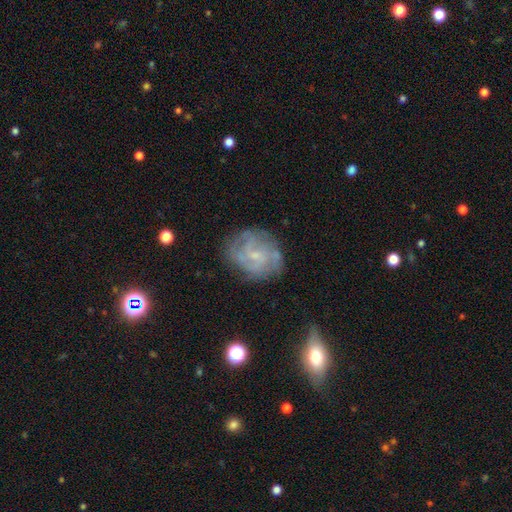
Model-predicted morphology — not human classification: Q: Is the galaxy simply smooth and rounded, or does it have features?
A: featured or disk — 74%.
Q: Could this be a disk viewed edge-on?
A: no — 97%.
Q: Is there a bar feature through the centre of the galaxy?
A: no — 54%.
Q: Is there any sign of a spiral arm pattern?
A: yes — 85%.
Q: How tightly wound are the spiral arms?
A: tight — 48%.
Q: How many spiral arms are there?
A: can't tell — 41%.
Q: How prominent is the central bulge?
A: small — 68%.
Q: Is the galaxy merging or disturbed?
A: none — 70%.